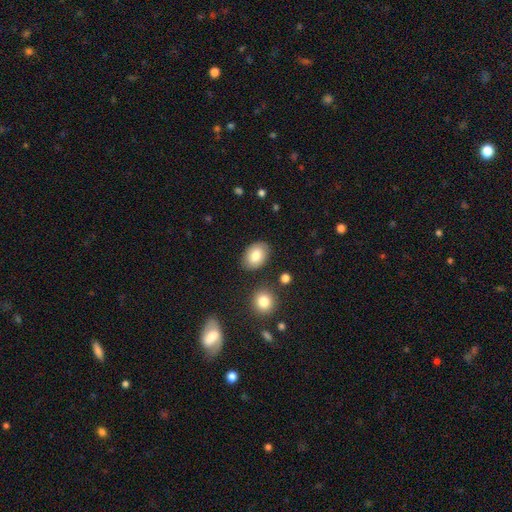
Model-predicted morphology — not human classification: type=smooth (80%); roundness=in between (82%); merging=none (84%).